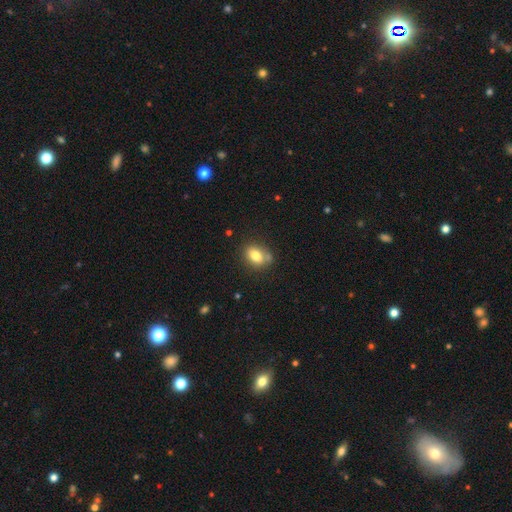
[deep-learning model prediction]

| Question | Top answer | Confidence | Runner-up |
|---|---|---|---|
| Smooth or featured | smooth | 79% | featured or disk (11%) |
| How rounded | in between | 69% | round (29%) |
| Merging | none | 69% | minor disturbance (18%) |